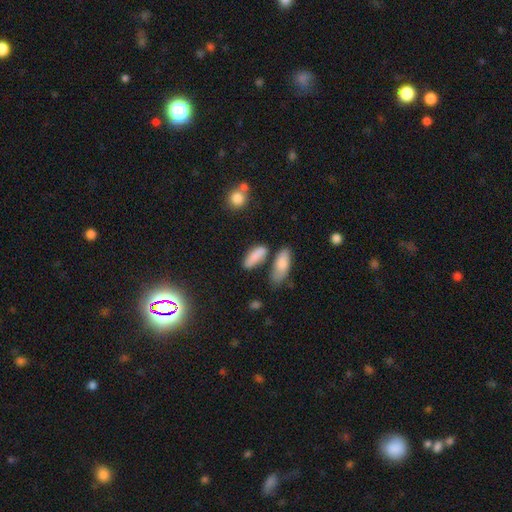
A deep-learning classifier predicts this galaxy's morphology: Q: Smooth or featured?
A: smooth (81%); runner-up: featured or disk (11%)
Q: How rounded?
A: in between (66%); runner-up: cigar-shaped (30%)
Q: Merging?
A: none (63%); runner-up: minor disturbance (18%)